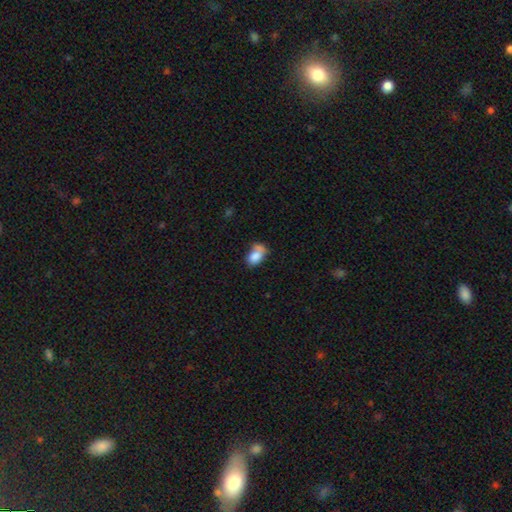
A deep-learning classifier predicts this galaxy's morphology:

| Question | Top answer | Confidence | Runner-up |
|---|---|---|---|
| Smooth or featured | smooth | 79% | featured or disk (13%) |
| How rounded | in between | 82% | round (16%) |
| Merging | merger | 33% | none (32%) |